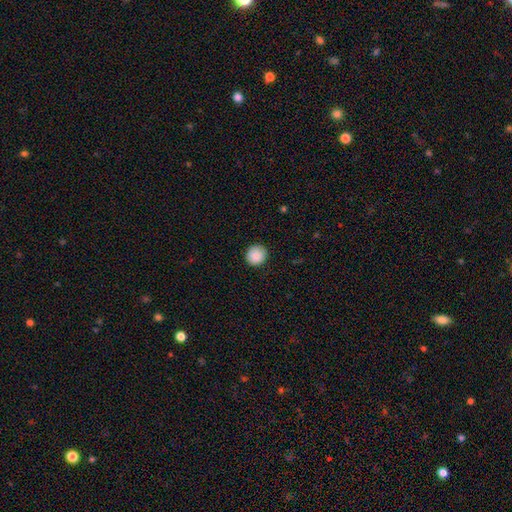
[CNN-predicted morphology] Smooth or featured? smooth (89%)
How rounded? round (90%)
Merging? none (90%)